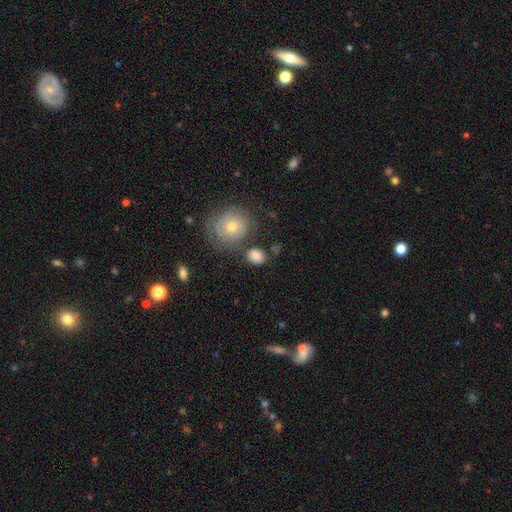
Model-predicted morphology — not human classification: A smooth galaxy with no disk features (81%) that is round (53%). Merging: none (67%).